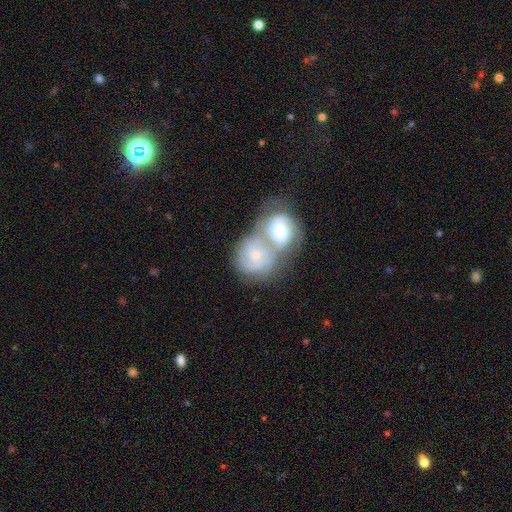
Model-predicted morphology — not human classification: smooth_or_featured: featured or disk (p=0.78) [alt: smooth p=0.16]
disk_edge_on: no (p=0.97) [alt: yes p=0.03]
bar: no (p=0.66) [alt: weak p=0.28]
has_spiral_arms: yes (p=0.96) [alt: no p=0.04]
spiral_winding: tight (p=0.65) [alt: medium p=0.30]
spiral_arm_count: 3 (p=0.44) [alt: can't tell p=0.20]
bulge_size: small (p=0.57) [alt: moderate p=0.37]
merging: merger (p=0.67) [alt: none p=0.21]